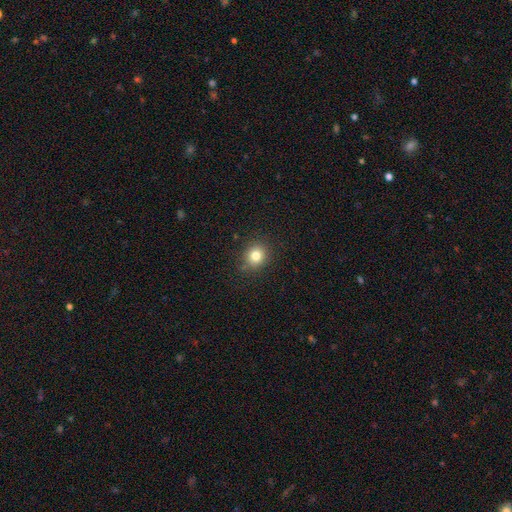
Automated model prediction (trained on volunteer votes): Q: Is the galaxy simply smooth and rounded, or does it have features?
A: smooth — 81%.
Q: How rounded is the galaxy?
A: round — 81%.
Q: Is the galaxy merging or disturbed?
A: none — 85%.